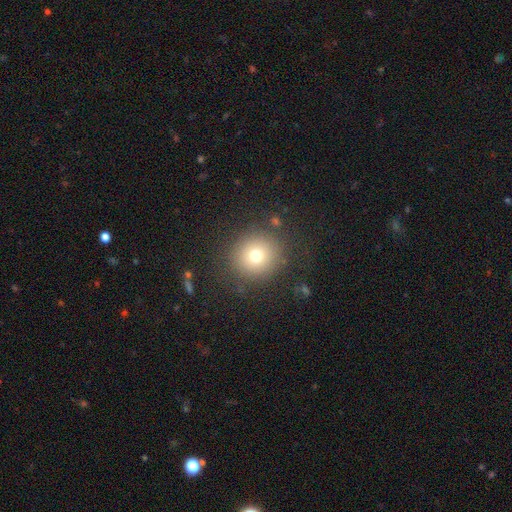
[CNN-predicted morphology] A smooth galaxy with no disk features (73%) that is round (91%). Merging: none (86%).